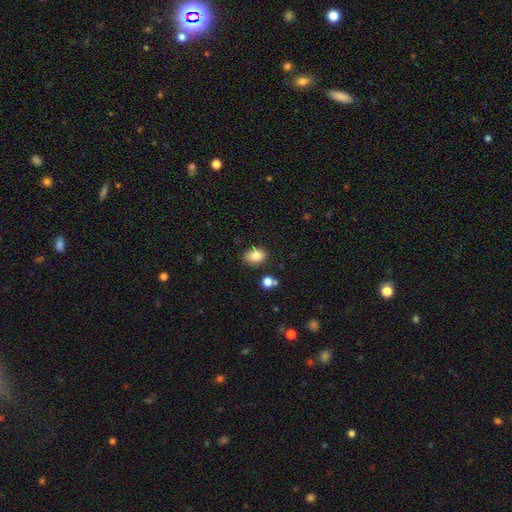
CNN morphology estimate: Overall: smooth (85%). How rounded: in between (75%). Merging: none (79%).